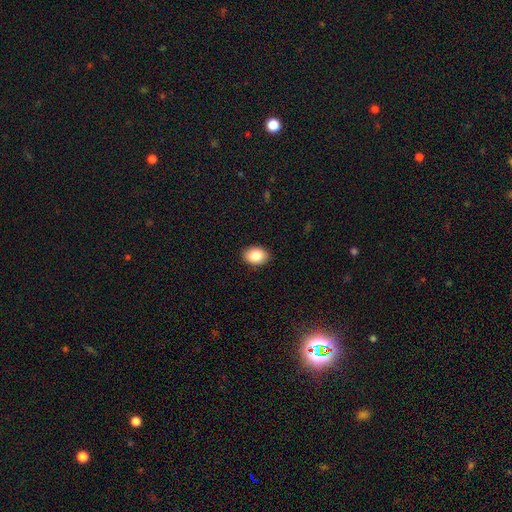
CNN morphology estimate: Overall: smooth (87%). How rounded: in between (78%). Merging: none (90%).